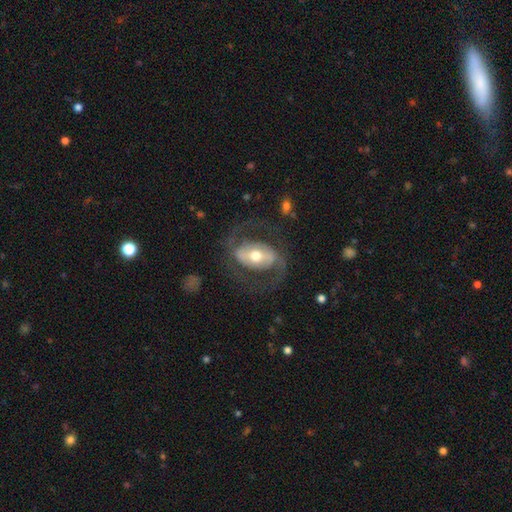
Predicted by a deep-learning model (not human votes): Smooth or featured?
  - featured or disk: 80% *
  - smooth: 15%
  - star or artifact: 5%
Edge-on disk?
  - no: 96% *
  - yes: 4%
Bar?
  - strong: 43% *
  - weak: 33%
  - no: 24%
Spiral arms?
  - yes: 82% *
  - no: 18%
Spiral winding?
  - medium: 53% *
  - loose: 28%
  - tight: 19%
Spiral arm count?
  - 2: 89% *
  - can't tell: 5%
  - 1: 3%
  - 3: 1%
  - 4: 1%
  - more than 4: 1%
Bulge size?
  - moderate: 69% *
  - small: 17%
  - large: 11%
  - dominant: 1%
  - none: 1%
Merging?
  - none: 70% *
  - major disturbance: 16%
  - minor disturbance: 13%
  - merger: 2%